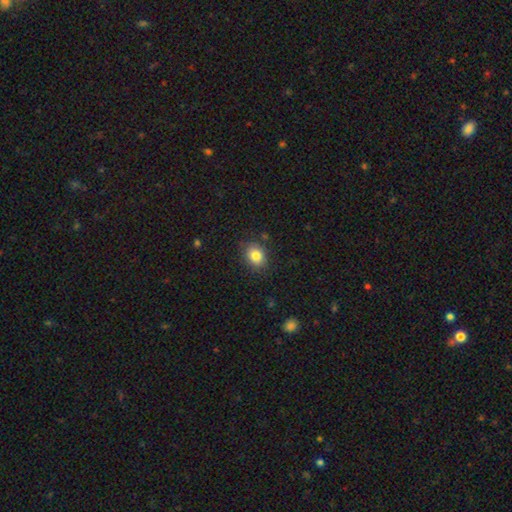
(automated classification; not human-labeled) smooth-or-featured: smooth: 83% | star or artifact: 9% | featured or disk: 8%
  how-rounded: in between: 54% | round: 45% | cigar-shaped: 1%
  merging: none: 84% | minor disturbance: 12% | major disturbance: 3% | merger: 2%